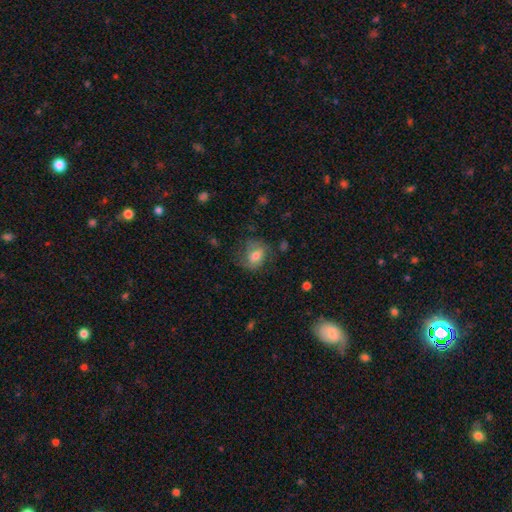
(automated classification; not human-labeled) This is likely a smooth galaxy (62%). How rounded: possibly round (50%). Merging: possibly none (59%).